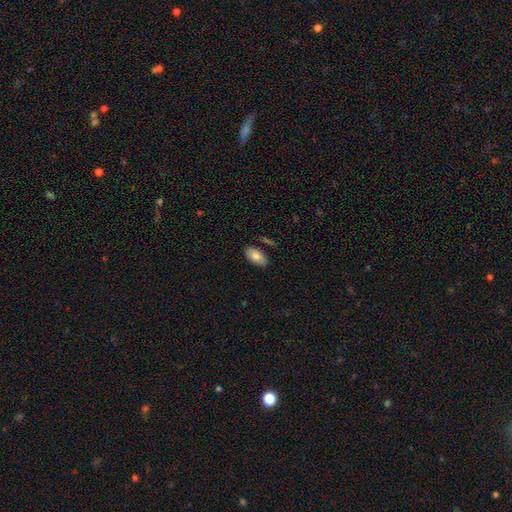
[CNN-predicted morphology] Overall: smooth (79%). How rounded: in between (94%). Merging: none (84%).